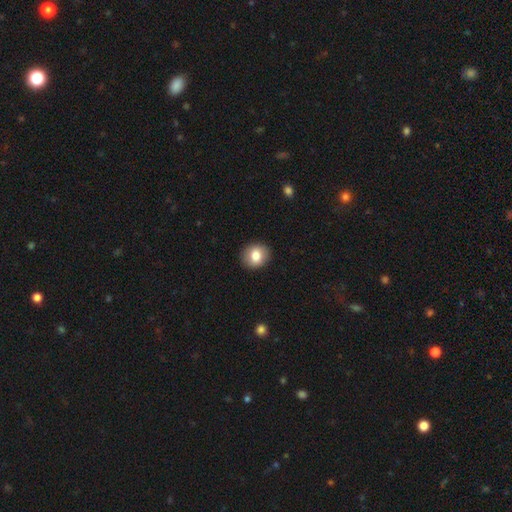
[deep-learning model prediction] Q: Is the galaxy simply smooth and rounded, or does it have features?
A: smooth — 81%.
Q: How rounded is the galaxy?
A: round — 71%.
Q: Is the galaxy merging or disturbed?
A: none — 89%.